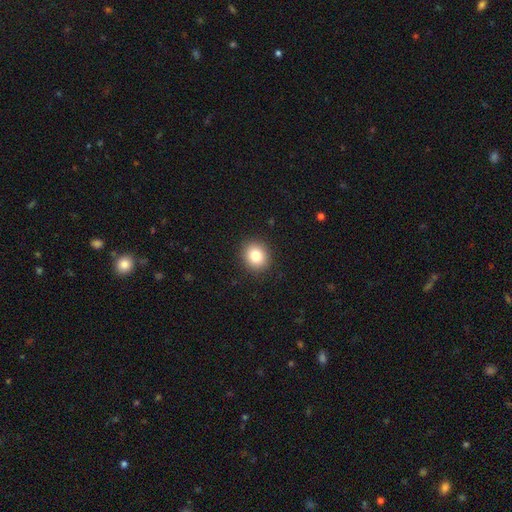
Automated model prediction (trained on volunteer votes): Smooth or featured? smooth (83%)
How rounded? round (78%)
Merging? none (91%)